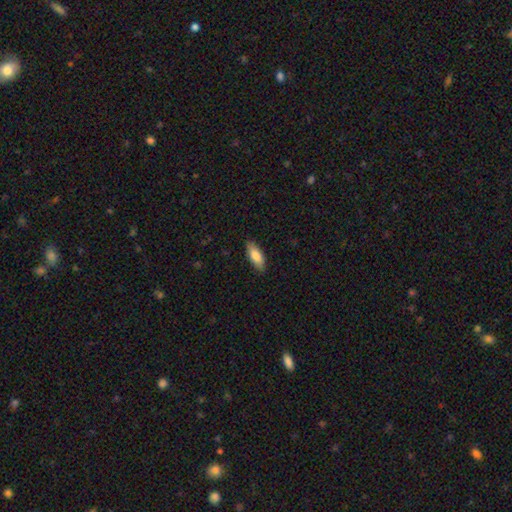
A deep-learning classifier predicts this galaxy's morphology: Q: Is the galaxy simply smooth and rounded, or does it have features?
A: smooth — 83%.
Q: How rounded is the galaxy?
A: in between — 75%.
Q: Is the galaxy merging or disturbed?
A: none — 88%.